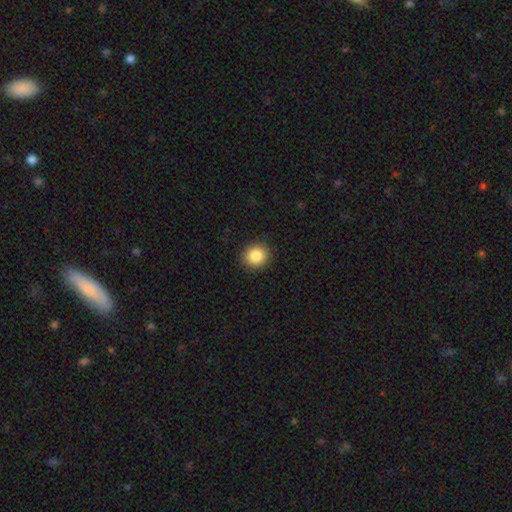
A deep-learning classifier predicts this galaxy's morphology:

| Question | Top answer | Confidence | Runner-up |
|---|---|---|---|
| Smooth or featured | smooth | 86% | star or artifact (9%) |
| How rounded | round | 81% | in between (18%) |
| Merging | none | 91% | minor disturbance (6%) |